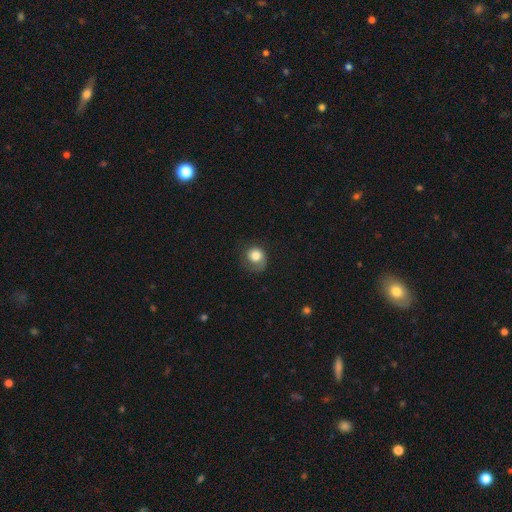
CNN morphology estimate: This appears to be a smooth galaxy with no disk features (73%) that is round (76%). Merging: none (46%).